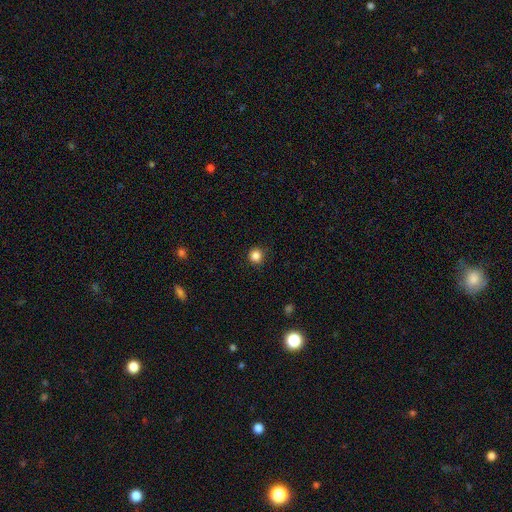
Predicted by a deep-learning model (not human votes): Morphology: type=smooth (85%); roundness=round (95%); merging=none (92%).